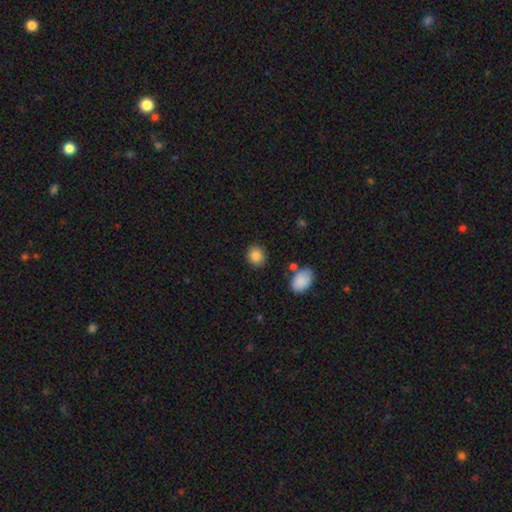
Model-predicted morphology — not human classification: smooth-or-featured: smooth: 86% | star or artifact: 9% | featured or disk: 5%
  how-rounded: round: 80% | in between: 19% | cigar-shaped: 1%
  merging: none: 85% | minor disturbance: 9% | merger: 3% | major disturbance: 3%